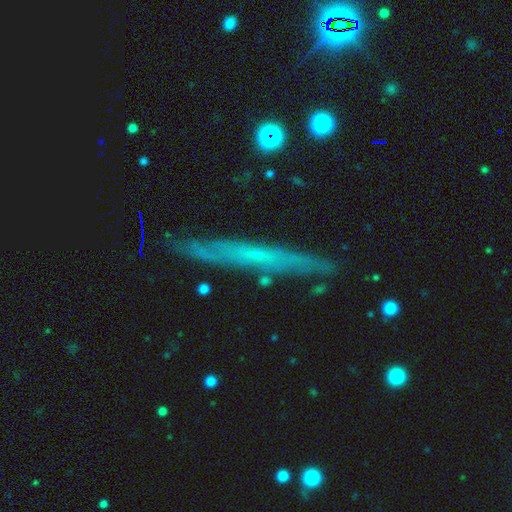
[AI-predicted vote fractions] Smooth or featured? featured or disk (57%)
Edge-on disk? yes (90%)
Edge-on bulge? none (82%)
Merging? none (84%)